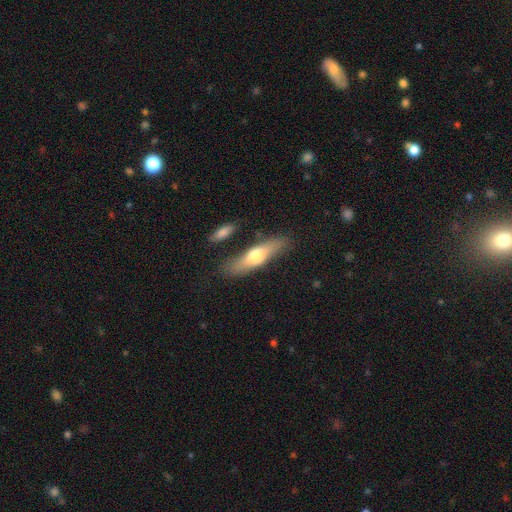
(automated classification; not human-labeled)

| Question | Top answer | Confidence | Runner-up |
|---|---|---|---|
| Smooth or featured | smooth | 55% | featured or disk (39%) |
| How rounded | cigar-shaped | 64% | in between (33%) |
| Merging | none | 77% | minor disturbance (14%) |